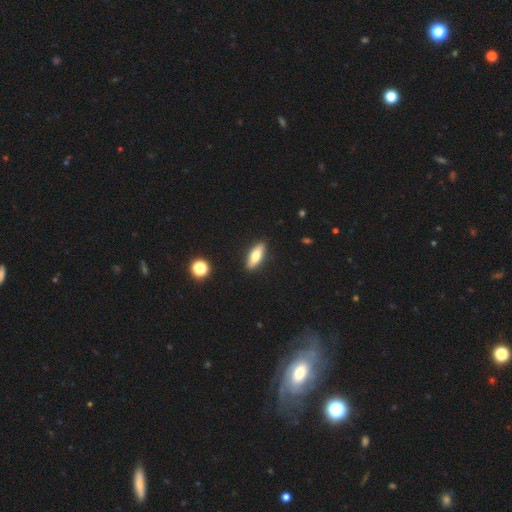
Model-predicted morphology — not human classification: Q: Smooth or featured?
A: smooth (71%); runner-up: featured or disk (22%)
Q: How rounded?
A: in between (57%); runner-up: cigar-shaped (41%)
Q: Merging?
A: none (89%); runner-up: minor disturbance (8%)